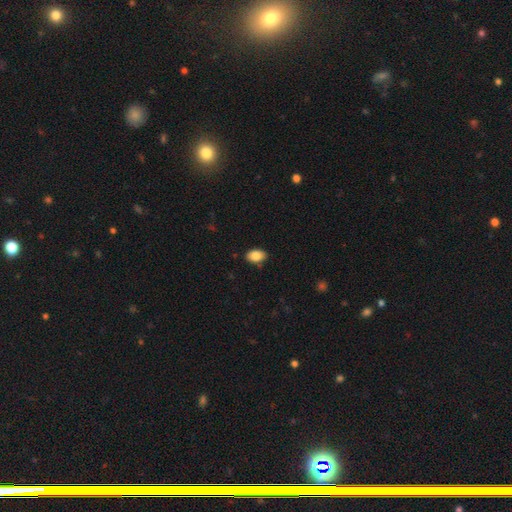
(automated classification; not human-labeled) Q: Smooth or featured?
A: smooth (85%); runner-up: featured or disk (8%)
Q: How rounded?
A: in between (88%); runner-up: round (10%)
Q: Merging?
A: none (85%); runner-up: minor disturbance (11%)